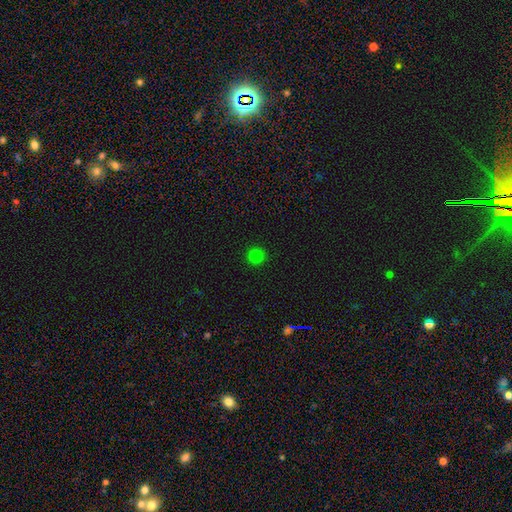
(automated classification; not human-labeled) smooth-or-featured: smooth: 81% | star or artifact: 16% | featured or disk: 3%
  how-rounded: round: 94% | in between: 5% | cigar-shaped: 1%
  merging: none: 92% | minor disturbance: 5% | major disturbance: 2% | merger: 1%